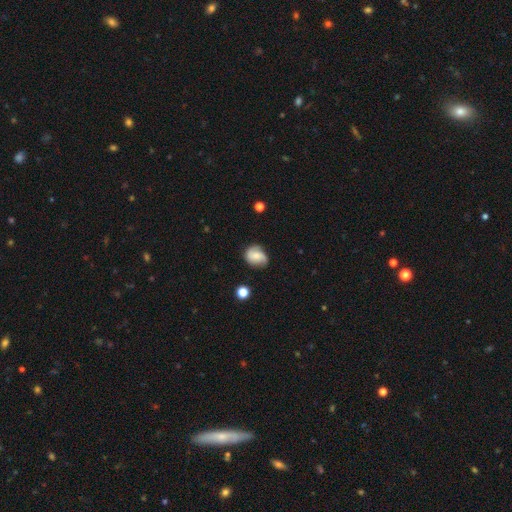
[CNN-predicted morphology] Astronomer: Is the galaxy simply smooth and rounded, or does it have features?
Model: smooth — 52% (runner-up: featured or disk, 39%).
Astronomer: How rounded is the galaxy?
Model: round — 53% (runner-up: in between, 46%).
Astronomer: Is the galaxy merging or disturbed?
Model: none — 63%.